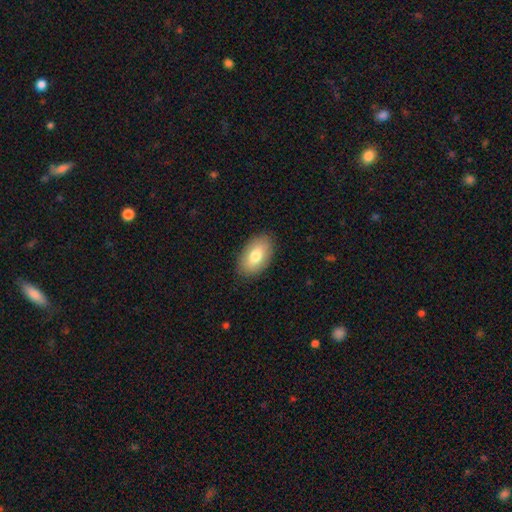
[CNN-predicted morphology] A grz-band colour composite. It shows a smooth galaxy with no disk features (77%) that is in between round and cigar-shaped (94%). Merging: none (88%).